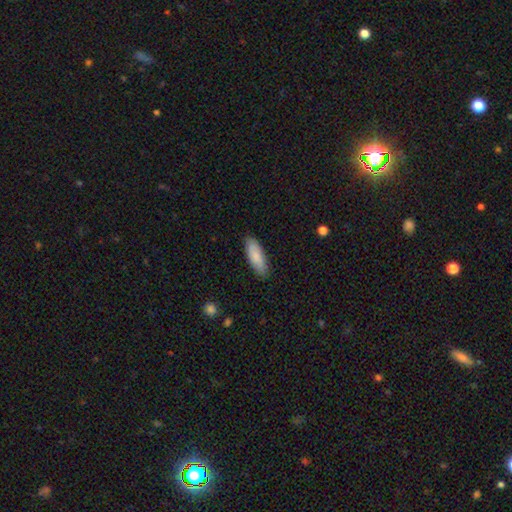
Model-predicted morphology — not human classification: Smooth or featured? smooth (84%)
How rounded? in between (65%)
Merging? none (86%)